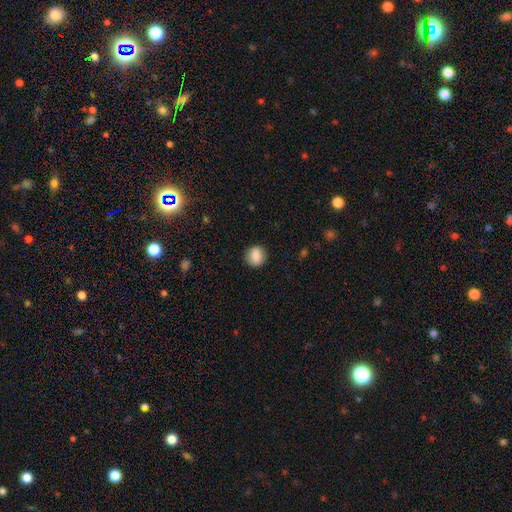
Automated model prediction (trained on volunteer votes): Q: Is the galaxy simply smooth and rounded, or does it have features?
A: smooth — 85%.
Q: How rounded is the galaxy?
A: round — 74%.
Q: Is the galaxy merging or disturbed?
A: none — 87%.